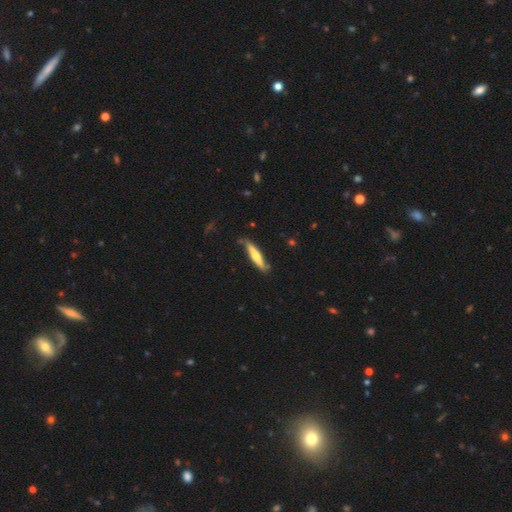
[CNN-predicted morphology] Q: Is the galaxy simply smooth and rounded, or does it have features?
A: featured or disk — 50%.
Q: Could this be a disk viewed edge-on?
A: yes — 84%.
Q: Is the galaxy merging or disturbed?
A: none — 75%.